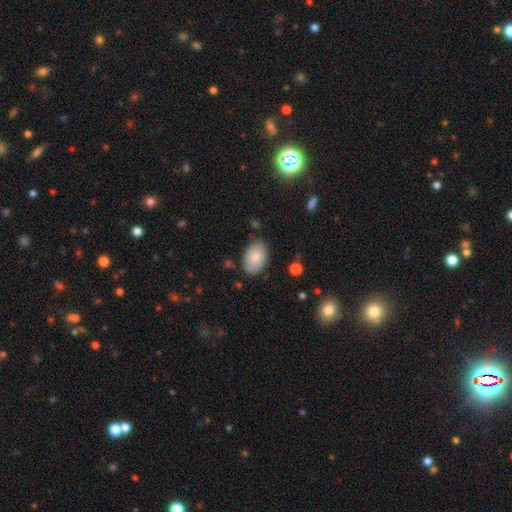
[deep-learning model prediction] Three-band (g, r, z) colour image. It shows a smooth galaxy with no disk features (81%) that is in between round and cigar-shaped (90%). Merging: none (79%).